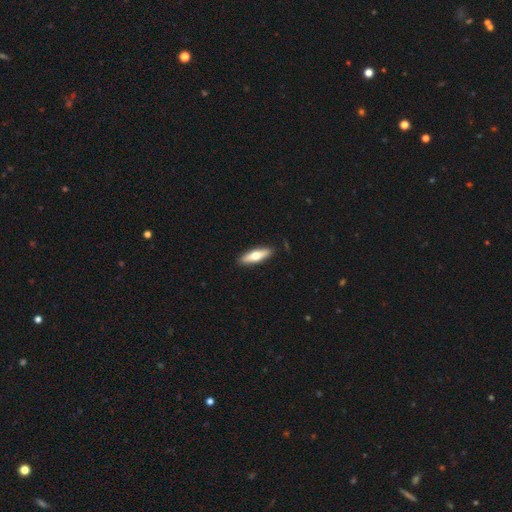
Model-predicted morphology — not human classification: This is possibly a smooth galaxy (58%). How rounded: possibly cigar-shaped (58%). Merging: clearly none (89%).